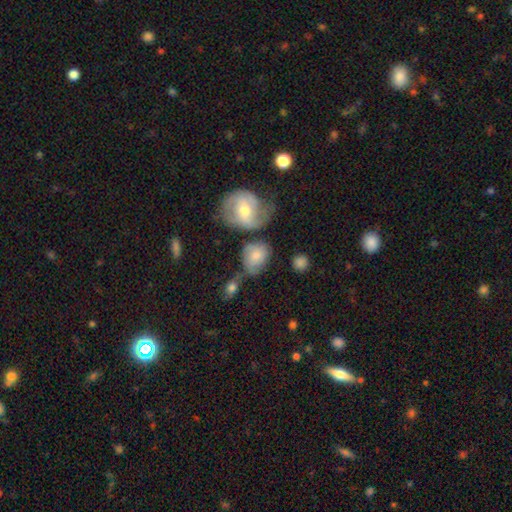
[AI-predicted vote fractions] Morphology: type=smooth (65%); roundness=round (53%); merging=none (43%).